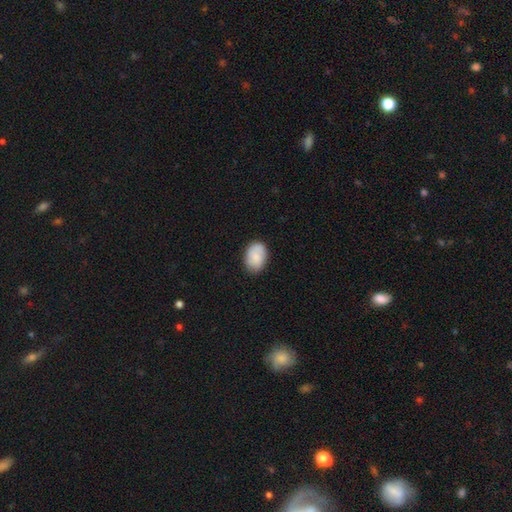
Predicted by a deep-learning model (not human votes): The model was most divided on "how rounded": in between: 80%, round: 19%, cigar-shaped: 1%. More confident: merging — none (79%); smooth or featured — smooth (79%).